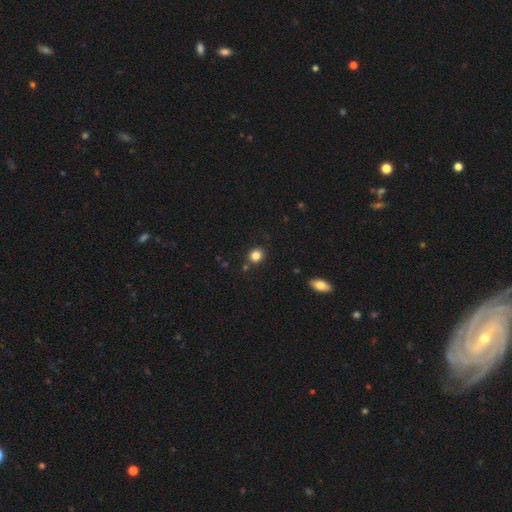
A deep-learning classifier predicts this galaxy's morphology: This appears to be a smooth galaxy with no disk features (84%) that is round (78%). Merging: none (83%).